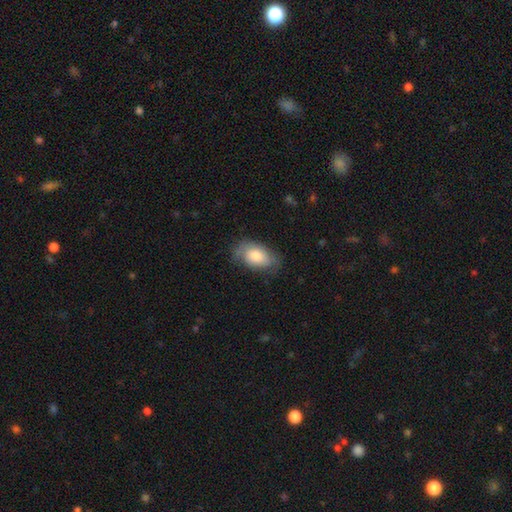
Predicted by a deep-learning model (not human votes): This is likely a smooth galaxy (70%). How rounded: clearly in between (91%). Merging: likely none (63%).